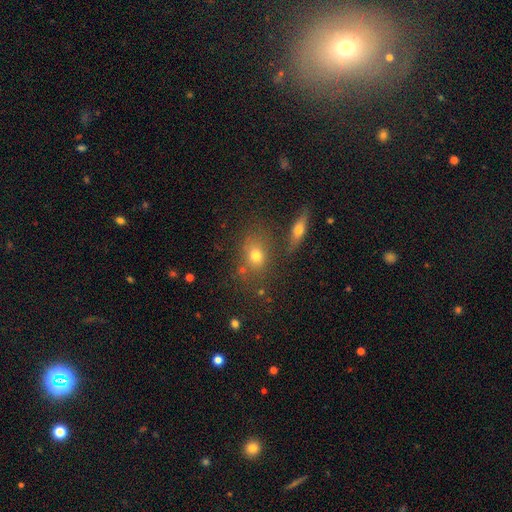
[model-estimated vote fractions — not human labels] Overall: smooth (71%). How rounded: in between (54%; round 43%). Merging: none (66%).